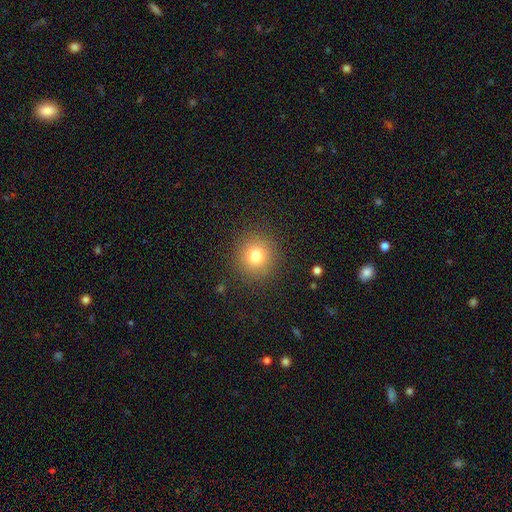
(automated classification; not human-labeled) smooth 78%, star or artifact 14%, featured or disk 8%. Down the decision tree: how rounded — round (93%); merging — none (89%).